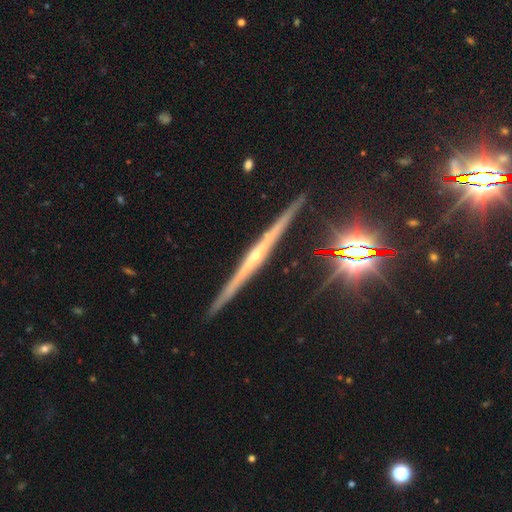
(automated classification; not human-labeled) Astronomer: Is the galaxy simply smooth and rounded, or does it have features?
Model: featured or disk — 78%.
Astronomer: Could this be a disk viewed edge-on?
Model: yes — 98%.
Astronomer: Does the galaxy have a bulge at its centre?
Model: rounded — 59% (runner-up: none, 35%).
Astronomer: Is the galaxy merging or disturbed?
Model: none — 90%.